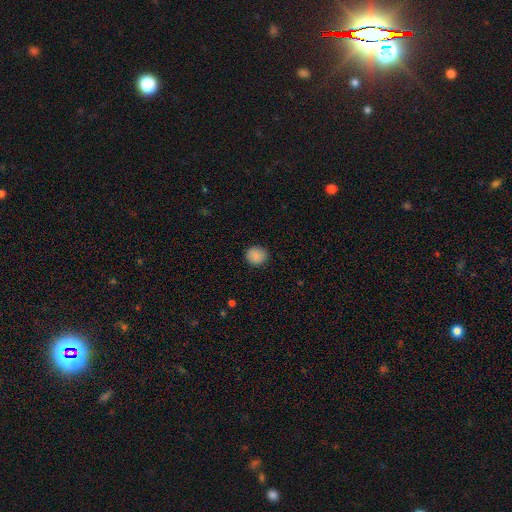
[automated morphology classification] Smooth or featured?
  - smooth: 87% *
  - star or artifact: 9%
  - featured or disk: 4%
How rounded?
  - round: 87% *
  - in between: 12%
  - cigar-shaped: 1%
Merging?
  - none: 89% *
  - minor disturbance: 8%
  - major disturbance: 2%
  - merger: 1%